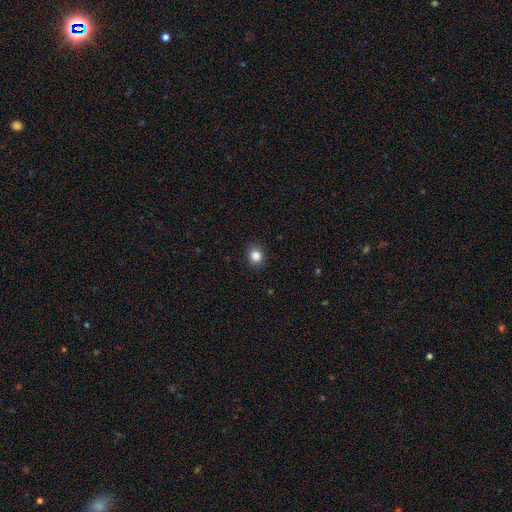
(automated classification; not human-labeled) A smooth galaxy with no disk features (85%) that is round (77%).

Vote fractions:
- Smooth or featured? smooth: 85% / star or artifact: 11% / featured or disk: 4%
- How rounded? round: 77% / in between: 23% / cigar-shaped: 1%
- Merging? none: 87% / minor disturbance: 9% / major disturbance: 3% / merger: 1%